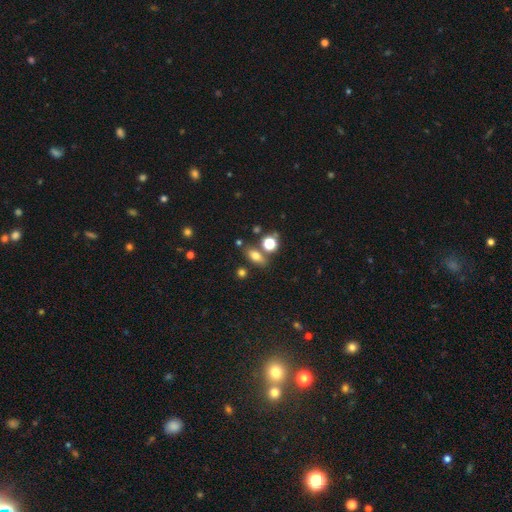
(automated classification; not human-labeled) This is likely a smooth galaxy (71%). How rounded: likely in between (71%). Merging: likely none (72%).